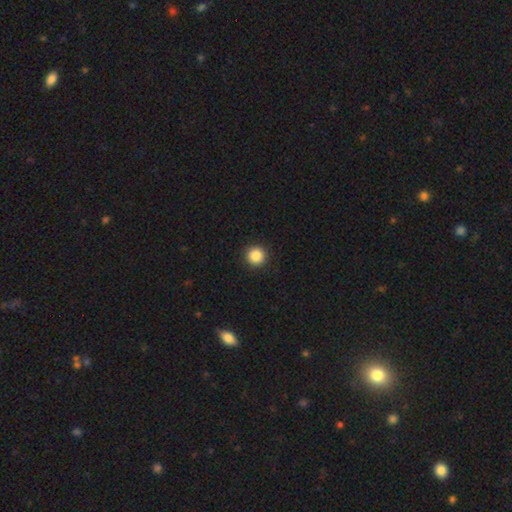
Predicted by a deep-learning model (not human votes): Smooth or featured? Predicted: smooth (p=0.87). How rounded? Predicted: round (p=0.96). Merging? Predicted: none (p=0.93).